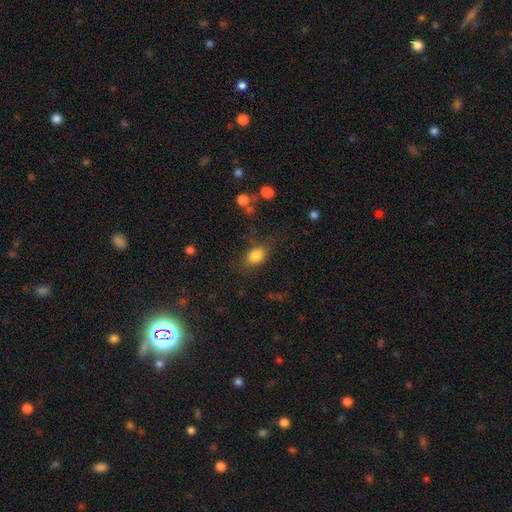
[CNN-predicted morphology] This appears to be a smooth galaxy with no disk features (82%) that is in between round and cigar-shaped (78%). Merging: none (71%).